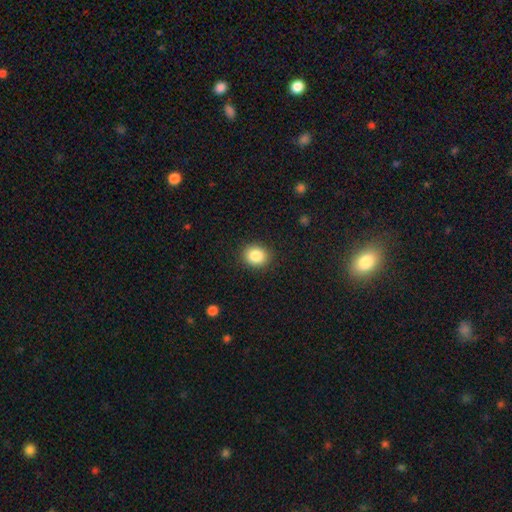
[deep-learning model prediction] A smooth galaxy with no disk features (86%) that is round (71%).

Vote fractions:
- Smooth or featured? smooth: 86% / star or artifact: 9% / featured or disk: 5%
- How rounded? round: 71% / in between: 28% / cigar-shaped: 1%
- Merging? none: 90% / minor disturbance: 7% / major disturbance: 2% / merger: 1%